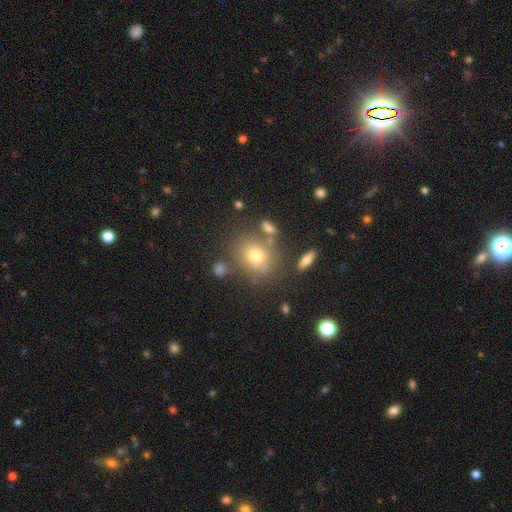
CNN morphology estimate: A smooth galaxy with no disk features (69%) that is round (63%). Merging: none (69%).